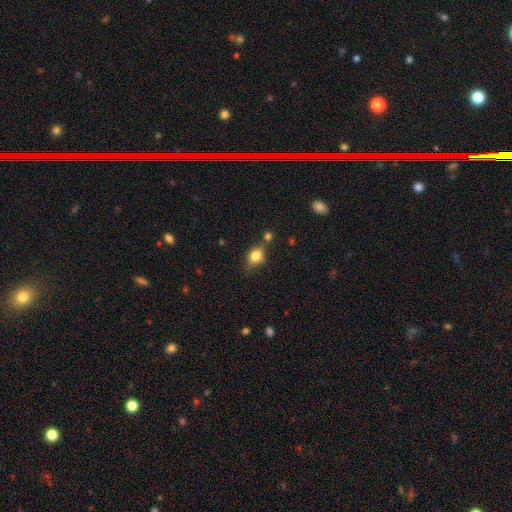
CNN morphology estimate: A smooth galaxy with no disk features (80%) that is in between round and cigar-shaped (56%). Merging: none (58%).